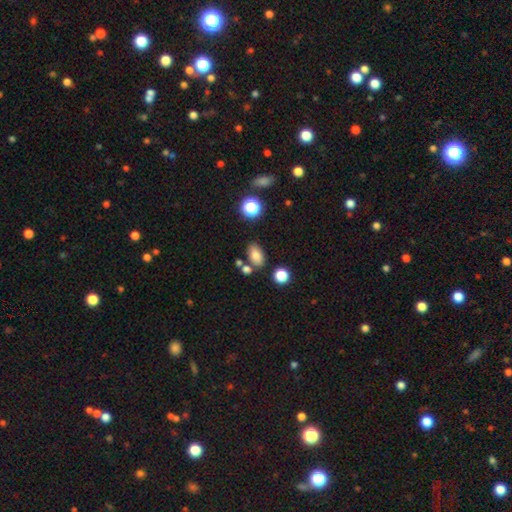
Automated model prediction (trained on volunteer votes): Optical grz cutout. It shows a smooth galaxy with no disk features (78%) that is in between round and cigar-shaped (88%). Merging: none (73%).